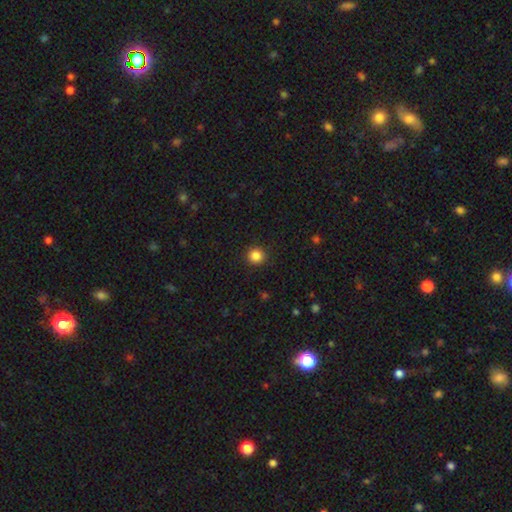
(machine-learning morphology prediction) This appears to be a smooth galaxy with no disk features (85%) that is round (93%). Merging: none (92%).